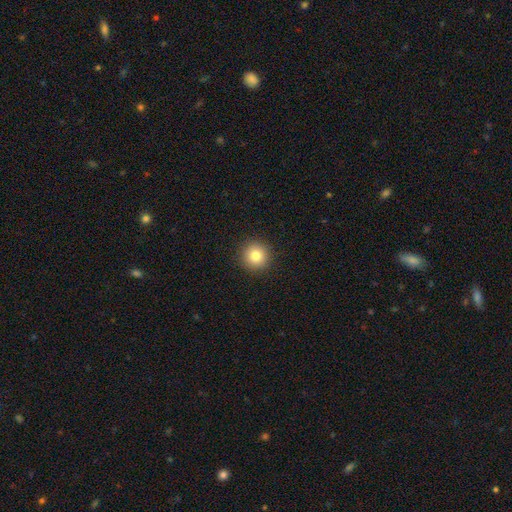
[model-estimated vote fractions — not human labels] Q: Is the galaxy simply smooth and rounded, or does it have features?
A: smooth — 83%.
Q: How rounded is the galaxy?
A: round — 94%.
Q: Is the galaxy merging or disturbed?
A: none — 92%.